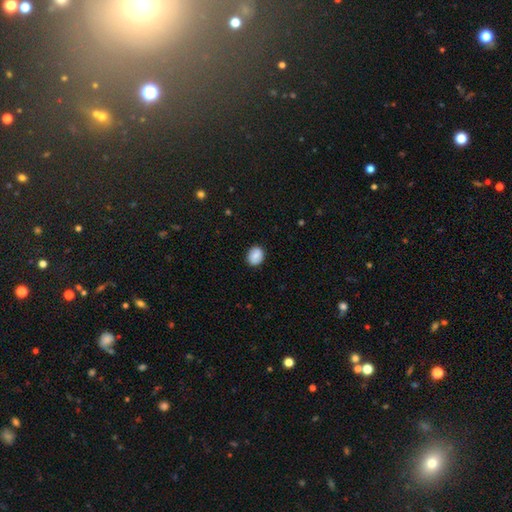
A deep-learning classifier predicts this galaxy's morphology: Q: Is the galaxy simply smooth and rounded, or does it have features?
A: smooth — 84%.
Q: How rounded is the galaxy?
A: round — 60%.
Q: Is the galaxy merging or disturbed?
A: none — 86%.